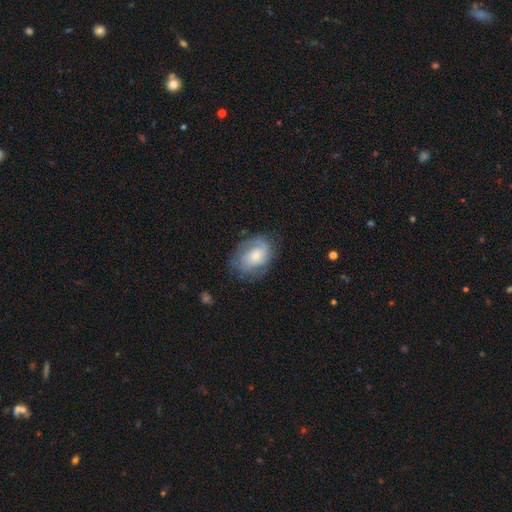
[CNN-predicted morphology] A featured or disk galaxy (53%) with no bar (72%), spiral arms (79%) and a small central bulge (47%).

Vote fractions:
- Smooth or featured? featured or disk: 53% / smooth: 40% / star or artifact: 7%
- Edge-on disk? no: 96% / yes: 4%
- Bar? no: 72% / weak: 24% / strong: 4%
- Spiral arms? yes: 79% / no: 21%
- Bulge size? small: 47% / moderate: 40% / large: 8% / none: 4% / dominant: 2%
- Merging? none: 66% / minor disturbance: 22% / major disturbance: 11% / merger: 1%